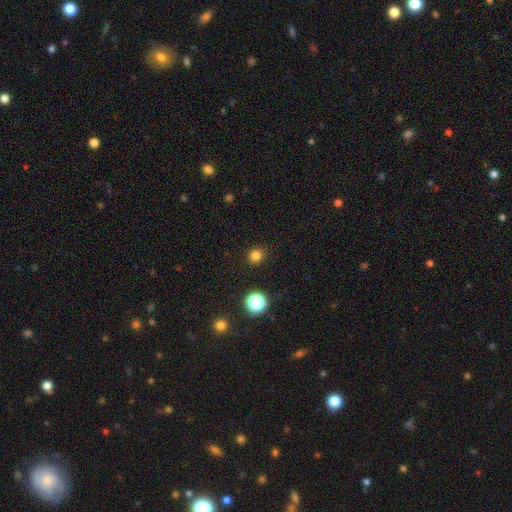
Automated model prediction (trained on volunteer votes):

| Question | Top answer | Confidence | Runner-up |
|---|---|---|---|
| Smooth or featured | smooth | 80% | star or artifact (15%) |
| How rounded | round | 88% | in between (12%) |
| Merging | none | 91% | minor disturbance (6%) |